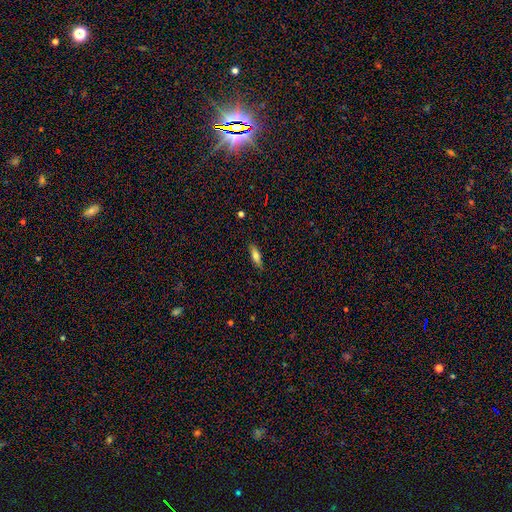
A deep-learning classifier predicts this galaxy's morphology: Smooth or featured? smooth (71%)
How rounded? cigar-shaped (51%)
Merging? none (85%)